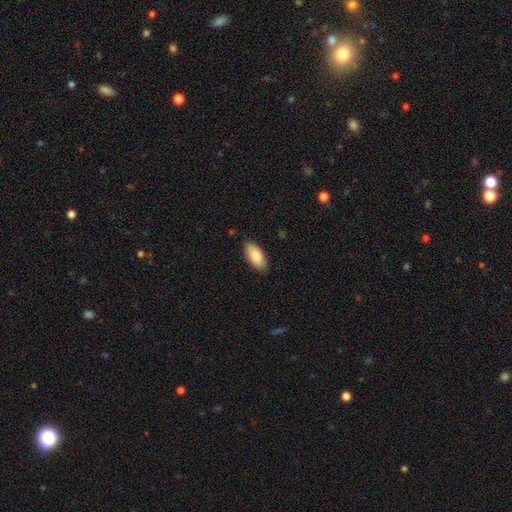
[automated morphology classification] Smooth or featured? smooth (85%)
How rounded? in between (89%)
Merging? none (85%)